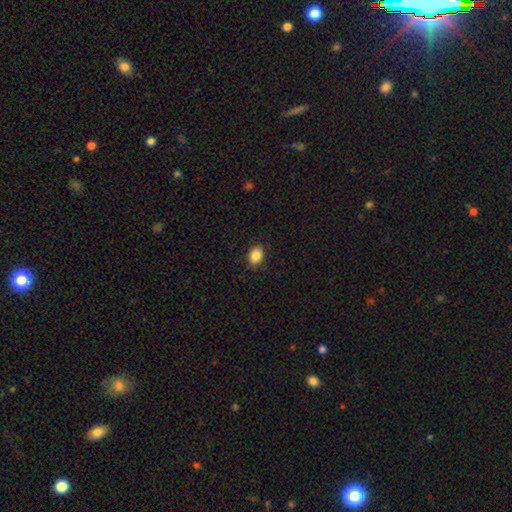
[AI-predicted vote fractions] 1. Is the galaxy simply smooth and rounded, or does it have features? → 87% smooth, 9% star or artifact, 4% featured or disk.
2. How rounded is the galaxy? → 59% in between, 40% round, 1% cigar-shaped.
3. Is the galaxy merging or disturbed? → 89% none, 8% minor disturbance, 2% major disturbance, 1% merger.